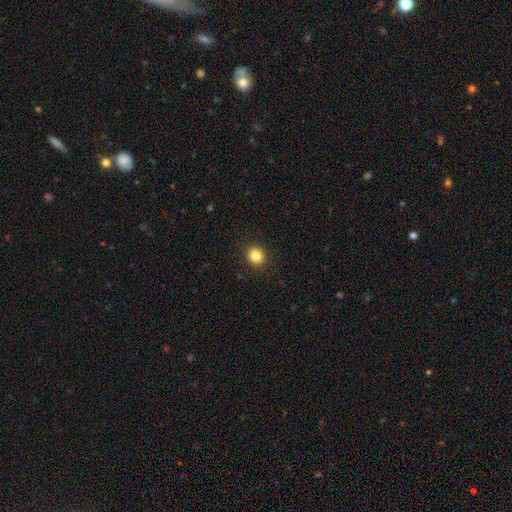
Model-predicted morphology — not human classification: This appears to be a smooth galaxy with no disk features (84%) that is round (84%). Merging: none (92%).